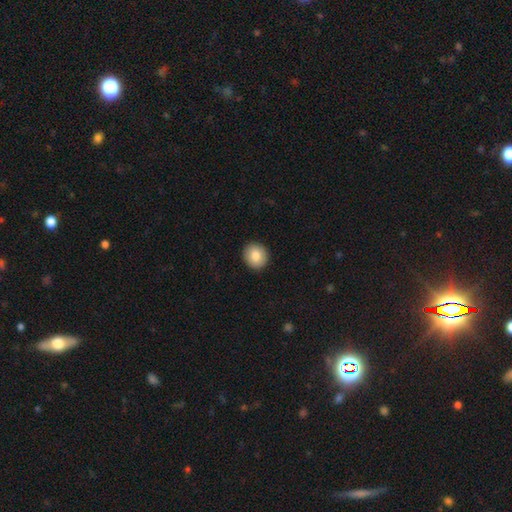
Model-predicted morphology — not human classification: smooth_or_featured: smooth (p=0.85) [alt: featured or disk p=0.08]
how_rounded: round (p=0.85) [alt: in between p=0.14]
merging: none (p=0.92) [alt: minor disturbance p=0.05]